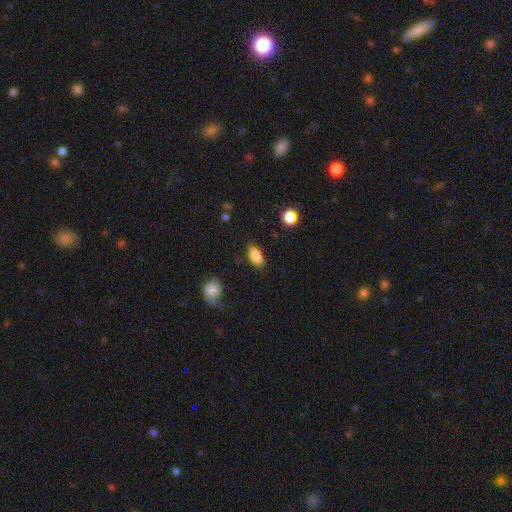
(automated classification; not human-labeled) A smooth galaxy with no disk features (85%) that is in between round and cigar-shaped (91%).

Vote fractions:
- Smooth or featured? smooth: 85% / star or artifact: 8% / featured or disk: 7%
- How rounded? in between: 91% / round: 5% / cigar-shaped: 4%
- Merging? none: 84% / minor disturbance: 11% / major disturbance: 3% / merger: 2%